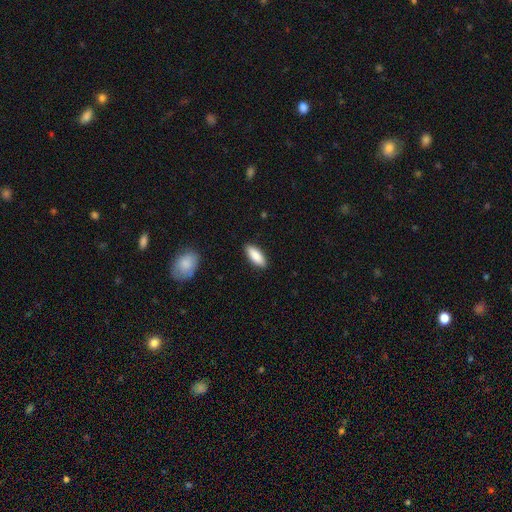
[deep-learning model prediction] smooth_or_featured: smooth (p=0.88) [alt: featured or disk p=0.06]
how_rounded: in between (p=0.75) [alt: cigar-shaped p=0.24]
merging: none (p=0.89) [alt: minor disturbance p=0.08]